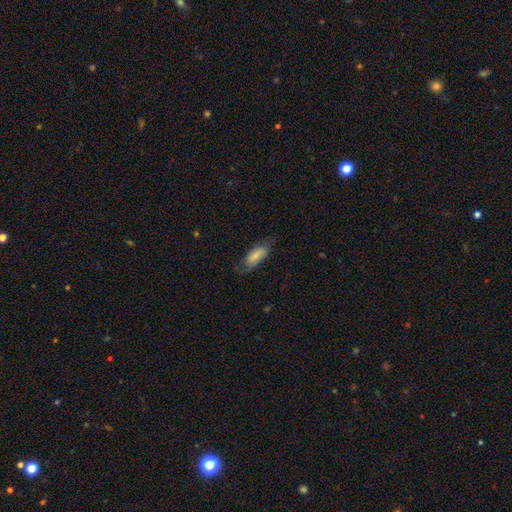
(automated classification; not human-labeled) Q: Smooth or featured?
A: smooth (77%); runner-up: featured or disk (17%)
Q: How rounded?
A: in between (77%); runner-up: cigar-shaped (21%)
Q: Merging?
A: none (66%); runner-up: minor disturbance (24%)